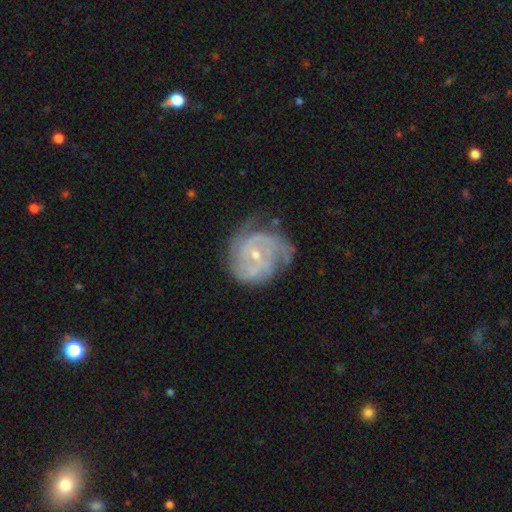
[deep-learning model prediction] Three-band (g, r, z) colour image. It shows a featured or disk galaxy (86%) with no bar (65%), 3 (29%) tight (62%) spiral arms (95%) and a small central bulge (69%). Merging: none (60%).